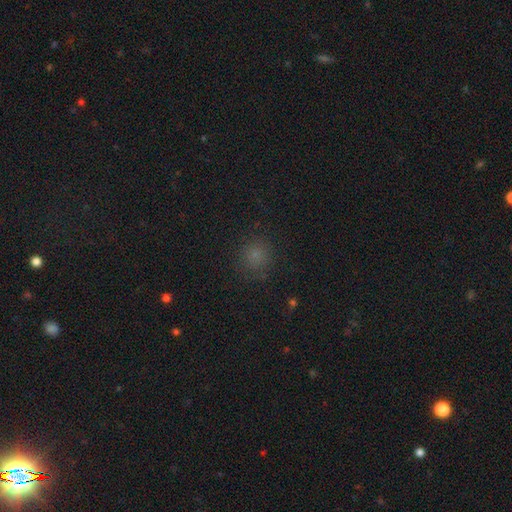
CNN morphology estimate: Smooth or featured? smooth (73%)
How rounded? round (89%)
Merging? none (84%)